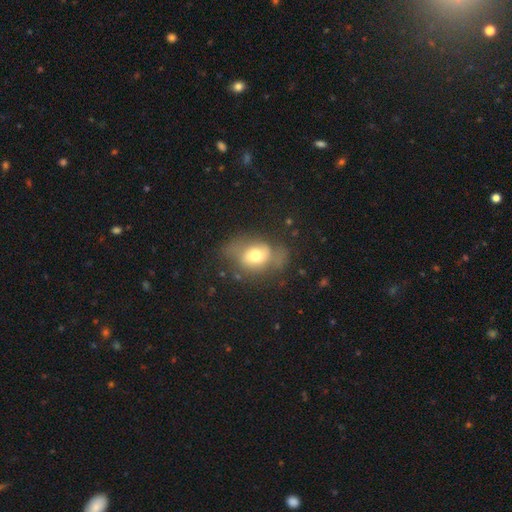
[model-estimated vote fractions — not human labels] Smooth or featured: smooth — 57% (featured or disk — 34%)
How rounded: in between — 62% (round — 37%)
Merging: none — 46% (minor disturbance — 29%)